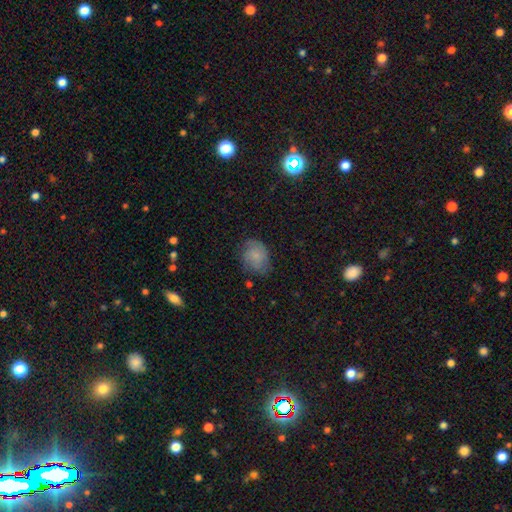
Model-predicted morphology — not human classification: This is likely a smooth galaxy (69%). How rounded: likely in between (62%). Merging: likely none (64%).